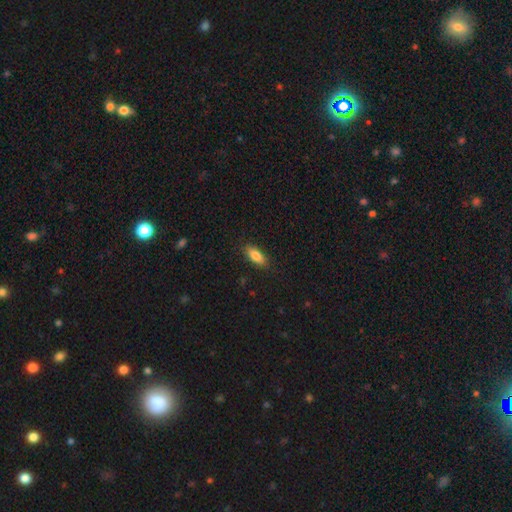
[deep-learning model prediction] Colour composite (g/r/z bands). It shows a smooth galaxy with no disk features (83%) that is in between round and cigar-shaped (78%). Merging: none (86%).